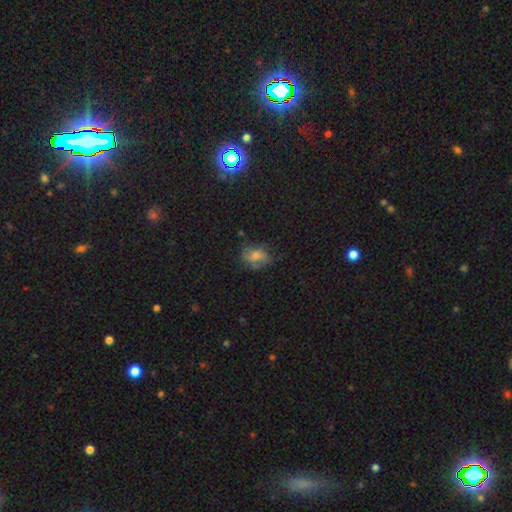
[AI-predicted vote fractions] Morphology: type=smooth (54%); roundness=in between (61%); merging=none (58%).